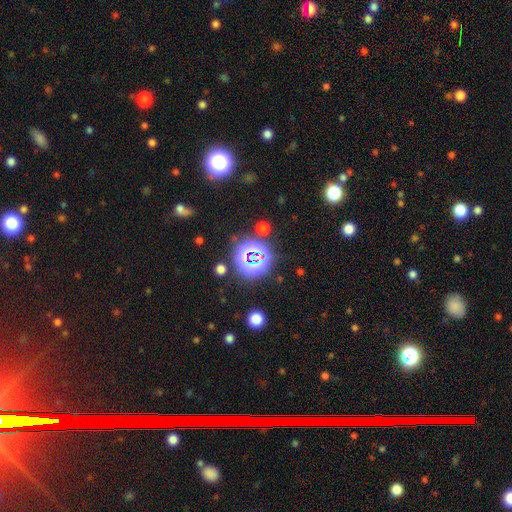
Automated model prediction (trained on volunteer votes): smooth-or-featured: star or artifact: 71% | smooth: 20% | featured or disk: 9%